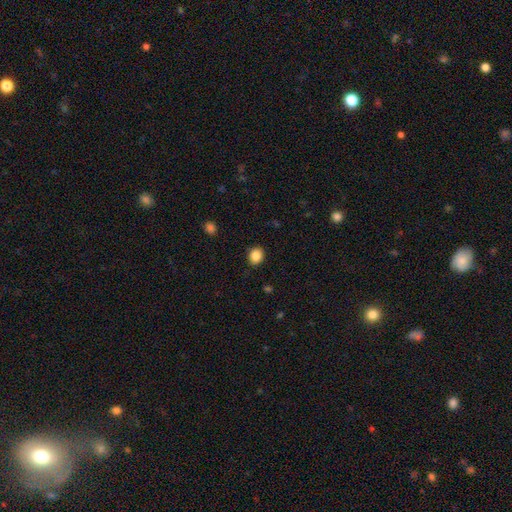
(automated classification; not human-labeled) Smooth or featured?
  - smooth: 86% *
  - star or artifact: 10%
  - featured or disk: 5%
How rounded?
  - round: 63% *
  - in between: 36%
  - cigar-shaped: 1%
Merging?
  - none: 88% *
  - minor disturbance: 8%
  - major disturbance: 2%
  - merger: 1%